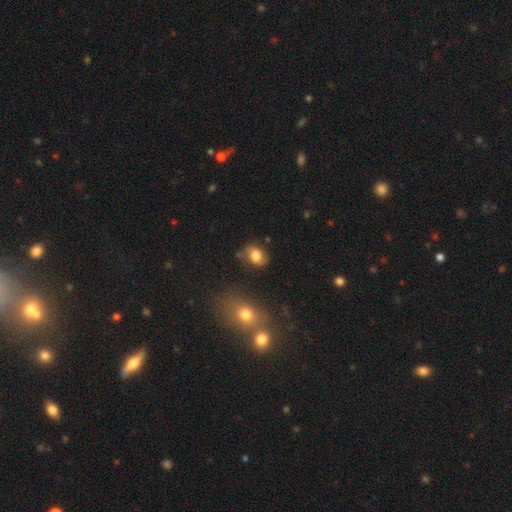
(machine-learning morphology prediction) smooth_or_featured: smooth (p=0.70) [alt: featured or disk p=0.21]
how_rounded: in between (p=0.66) [alt: round p=0.32]
merging: none (p=0.67) [alt: minor disturbance p=0.23]